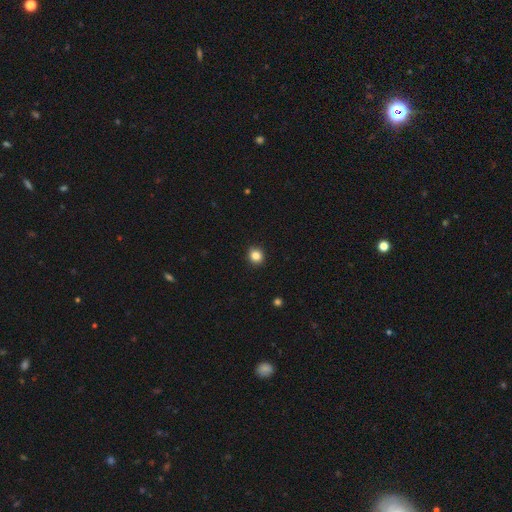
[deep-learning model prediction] smooth-or-featured: smooth: 85% | star or artifact: 11% | featured or disk: 4%
  how-rounded: round: 85% | in between: 14% | cigar-shaped: 1%
  merging: none: 92% | minor disturbance: 5% | major disturbance: 2% | merger: 1%